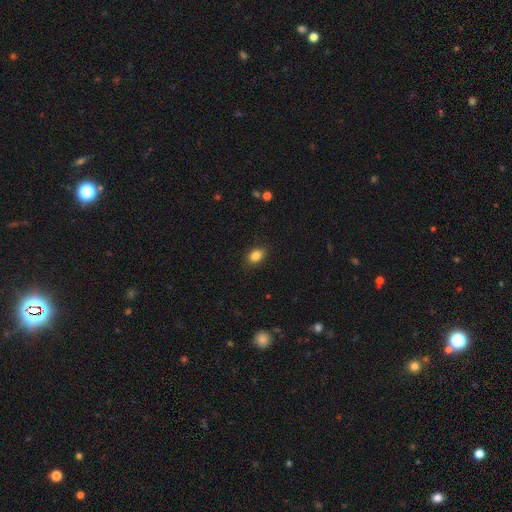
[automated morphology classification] This appears to be a smooth galaxy with no disk features (84%) that is in between round and cigar-shaped (77%). Merging: none (87%).